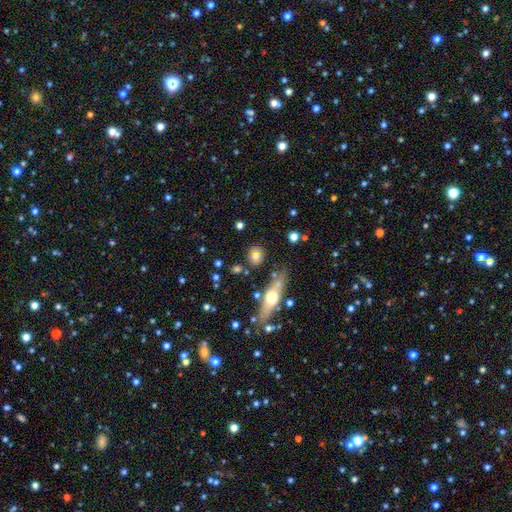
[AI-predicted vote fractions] Smooth or featured? smooth (66%)
How rounded? round (74%)
Merging? none (74%)